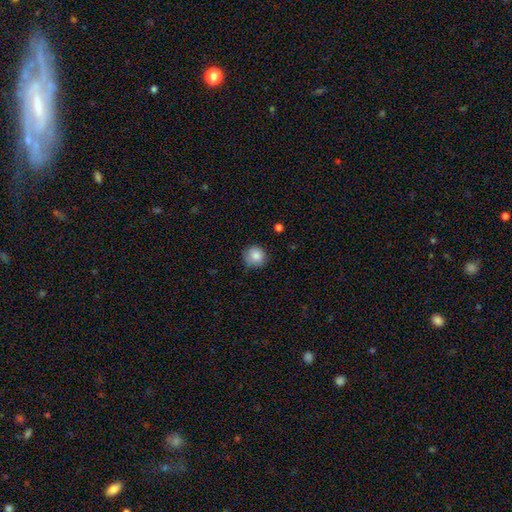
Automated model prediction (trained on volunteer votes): Smooth or featured?
  - smooth: 84% *
  - star or artifact: 9%
  - featured or disk: 6%
How rounded?
  - round: 92% *
  - in between: 7%
  - cigar-shaped: 1%
Merging?
  - none: 79% *
  - minor disturbance: 17%
  - major disturbance: 3%
  - merger: 1%